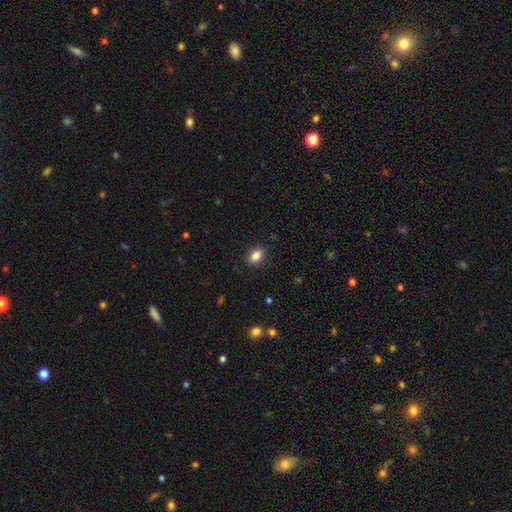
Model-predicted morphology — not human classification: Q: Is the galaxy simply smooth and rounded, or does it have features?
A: smooth — 84%.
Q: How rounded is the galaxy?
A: in between — 84%.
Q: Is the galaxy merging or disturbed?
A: none — 87%.